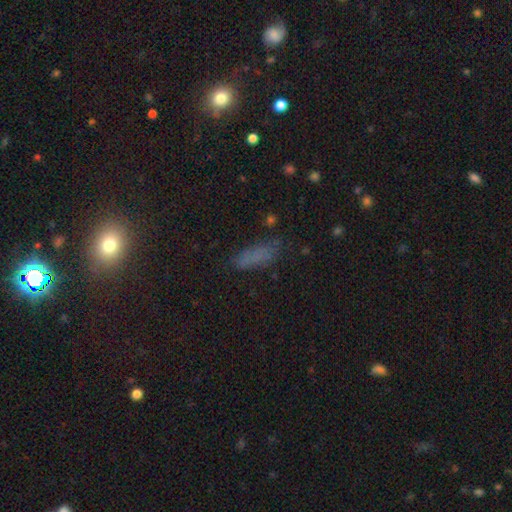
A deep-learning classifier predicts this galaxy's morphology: smooth_or_featured: smooth (p=0.63) [alt: star or artifact p=0.25]
how_rounded: in between (p=0.50) [alt: cigar-shaped p=0.45]
merging: none (p=0.71) [alt: minor disturbance p=0.18]